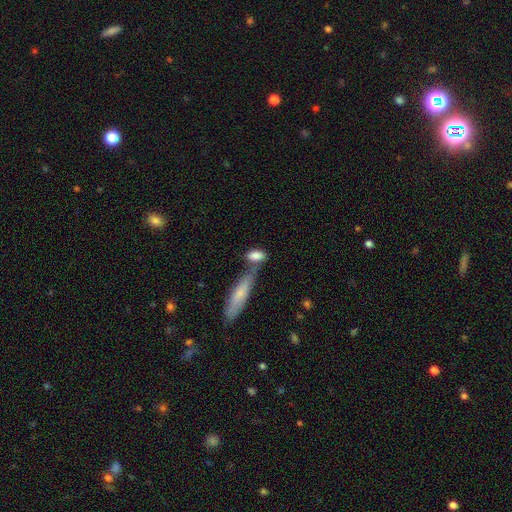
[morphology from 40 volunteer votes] Smooth or featured: smooth — 75% (featured or disk — 22%)
How rounded: in between — 60% (cigar-shaped — 37%)
Merging: none — 49% (merger — 36%)